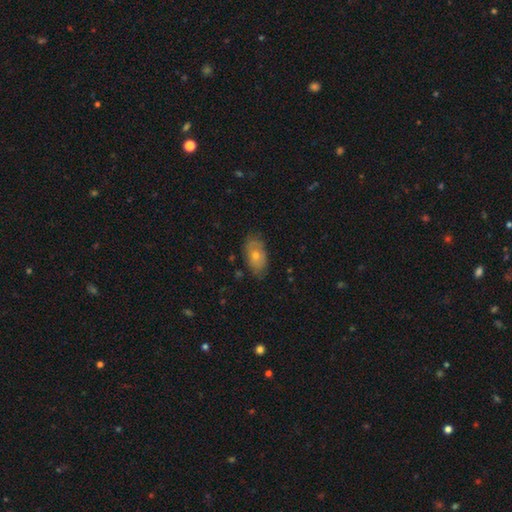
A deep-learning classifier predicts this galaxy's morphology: Overall: smooth (49%; featured or disk 40%). Merging: none (80%).